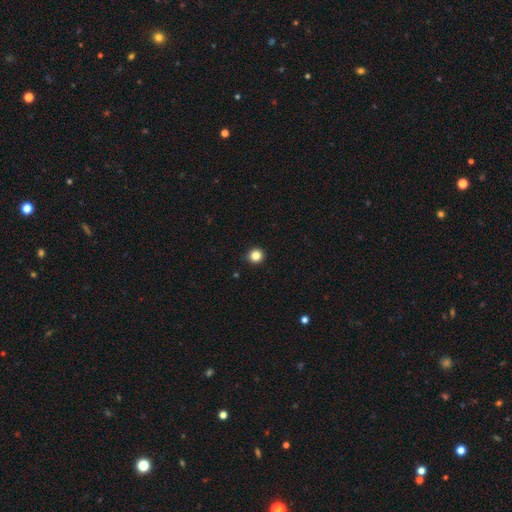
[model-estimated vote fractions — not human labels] This appears to be a smooth galaxy with no disk features (84%) that is round (94%). Merging: none (92%).